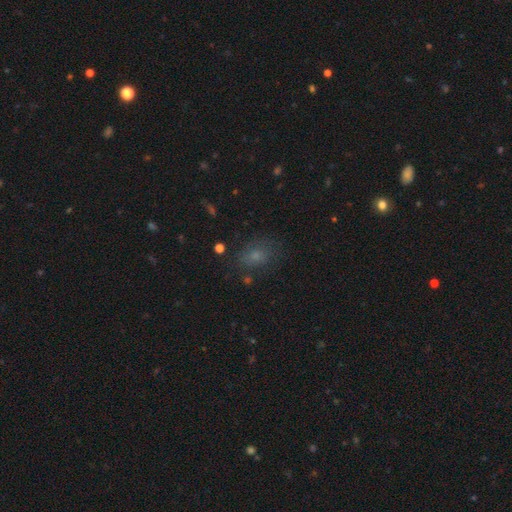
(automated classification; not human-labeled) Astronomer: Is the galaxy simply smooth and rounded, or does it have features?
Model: smooth — 65%.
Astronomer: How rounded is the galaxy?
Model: in between — 64%.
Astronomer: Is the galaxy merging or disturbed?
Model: none — 73%.